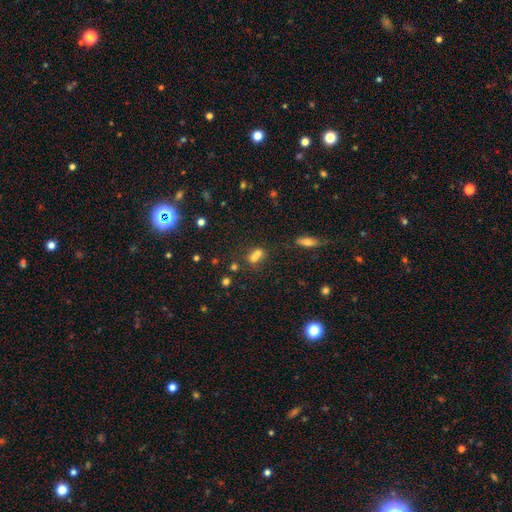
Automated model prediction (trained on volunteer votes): The model was most divided on "how rounded": round: 56%, in between: 40%, cigar-shaped: 3%. More confident: smooth or featured — smooth (65%); merging — merger (61%).